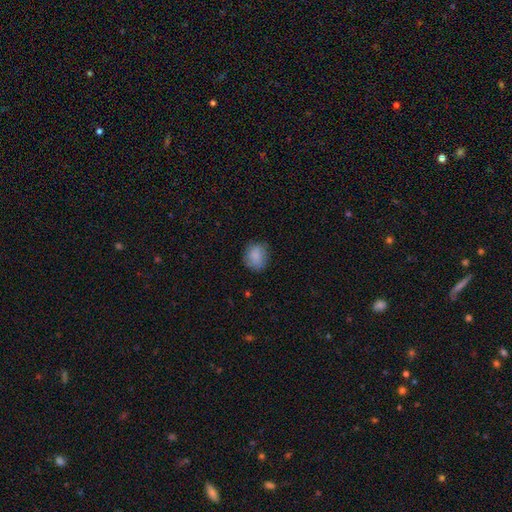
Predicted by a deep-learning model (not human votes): smooth-or-featured: smooth: 86% | star or artifact: 8% | featured or disk: 6%
  how-rounded: round: 64% | in between: 35% | cigar-shaped: 1%
  merging: none: 75% | minor disturbance: 19% | major disturbance: 5% | merger: 1%